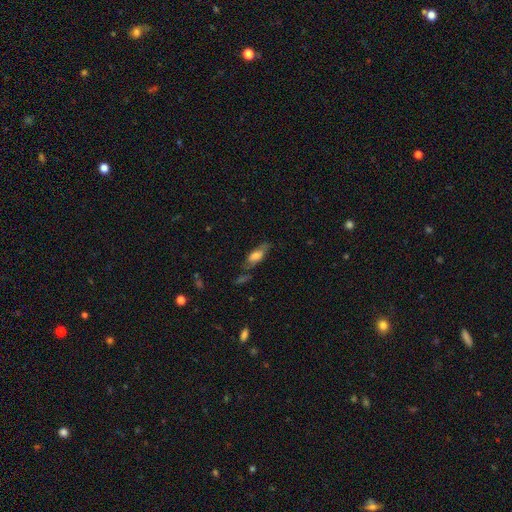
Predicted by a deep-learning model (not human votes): A featured or disk galaxy (47%). Merging: none (57%).